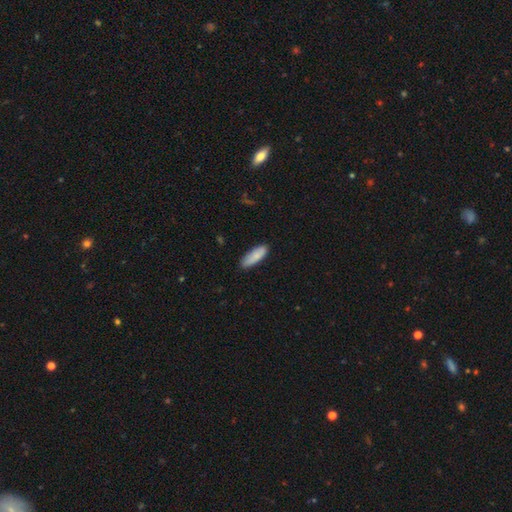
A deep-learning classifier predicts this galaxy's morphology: Smooth or featured?
  - smooth: 85% *
  - featured or disk: 9%
  - star or artifact: 6%
How rounded?
  - in between: 60% *
  - cigar-shaped: 38%
  - round: 2%
Merging?
  - none: 83% *
  - minor disturbance: 14%
  - major disturbance: 2%
  - merger: 1%